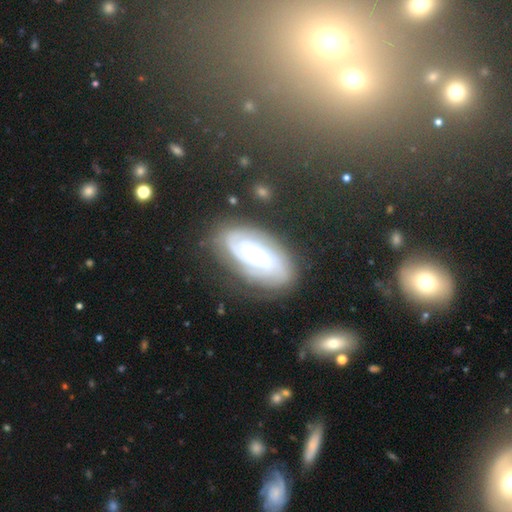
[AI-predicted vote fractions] featured or disk 80%, smooth 12%, star or artifact 7%. Down the decision tree: edge-on disk — no (95%); bar — no (56%); spiral arms — yes (96%); spiral arm count — 2 (32%); spiral winding — tight (69%); bulge size — moderate (41%); merging — none (76%).